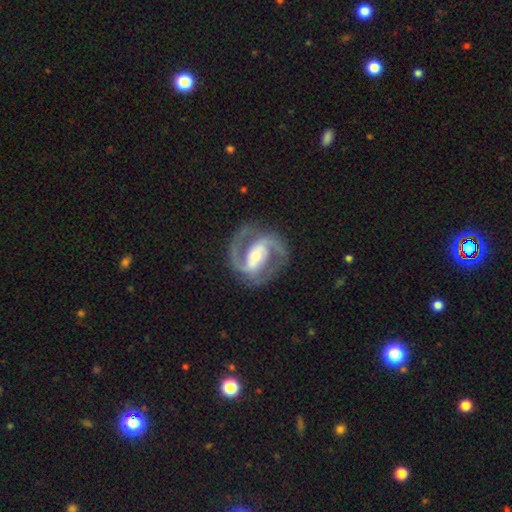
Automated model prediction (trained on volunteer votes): Smooth or featured?
  - featured or disk: 92% *
  - star or artifact: 4%
  - smooth: 4%
Edge-on disk?
  - no: 98% *
  - yes: 2%
Bar?
  - strong: 41% *
  - weak: 37%
  - no: 22%
Spiral arms?
  - yes: 98% *
  - no: 2%
Spiral winding?
  - medium: 60% *
  - tight: 27%
  - loose: 12%
Spiral arm count?
  - 2: 91% *
  - 3: 3%
  - can't tell: 2%
  - 1: 1%
  - 4: 1%
  - more than 4: 1%
Bulge size?
  - moderate: 56% *
  - small: 36%
  - large: 6%
  - none: 1%
  - dominant: 1%
Merging?
  - none: 82% *
  - minor disturbance: 12%
  - major disturbance: 5%
  - merger: 1%